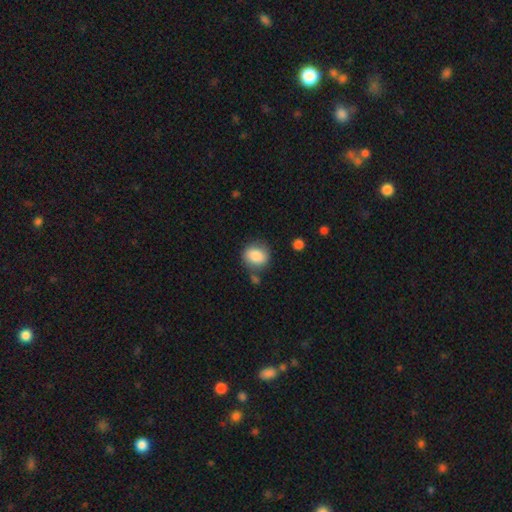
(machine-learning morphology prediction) Smooth or featured: smooth — 84% (star or artifact — 8%)
How rounded: round — 67% (in between — 32%)
Merging: none — 73% (minor disturbance — 15%)